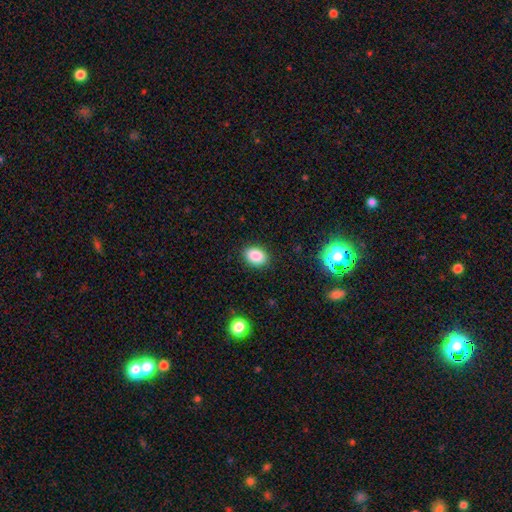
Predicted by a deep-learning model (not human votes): smooth_or_featured: smooth (p=0.86) [alt: star or artifact p=0.10]
how_rounded: in between (p=0.75) [alt: round p=0.24]
merging: none (p=0.88) [alt: minor disturbance p=0.09]